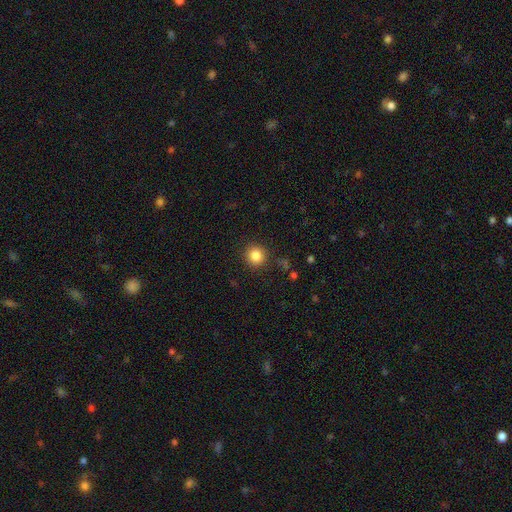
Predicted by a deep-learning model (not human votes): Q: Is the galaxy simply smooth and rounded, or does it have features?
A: smooth — 84%.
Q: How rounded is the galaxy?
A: round — 92%.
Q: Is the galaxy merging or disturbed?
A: none — 89%.